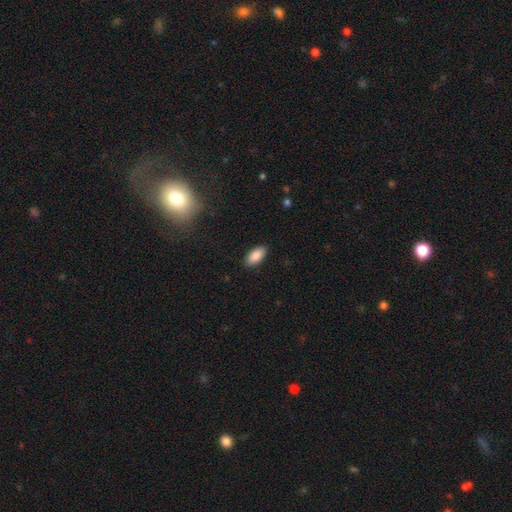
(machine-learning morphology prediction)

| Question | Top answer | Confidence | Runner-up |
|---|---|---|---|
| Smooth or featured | smooth | 89% | star or artifact (7%) |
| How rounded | in between | 93% | cigar-shaped (4%) |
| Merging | none | 88% | minor disturbance (9%) |